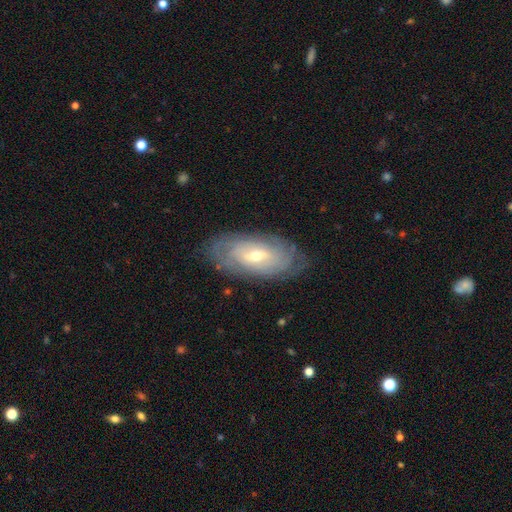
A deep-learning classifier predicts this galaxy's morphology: The model was most divided on "bulge size": small: 49%, moderate: 47%, large: 2%, none: 1%, dominant: 1%. Remaining: edge-on disk — no (88%); merging — none (81%); spiral arms — yes (71%); smooth or featured — featured or disk (69%); bar — no (50%).